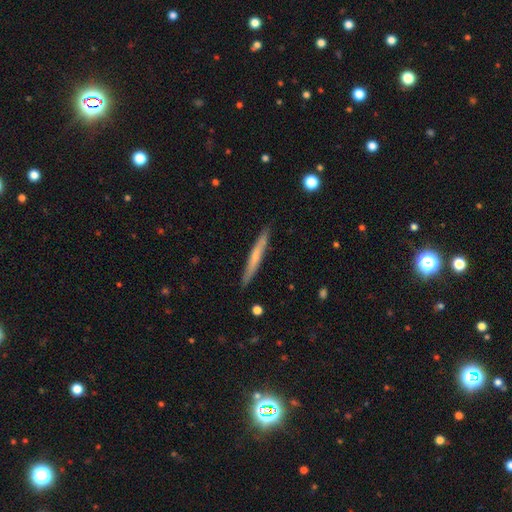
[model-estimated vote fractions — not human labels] Morphology: type=smooth (55%); roundness=cigar-shaped (96%); merging=none (90%).